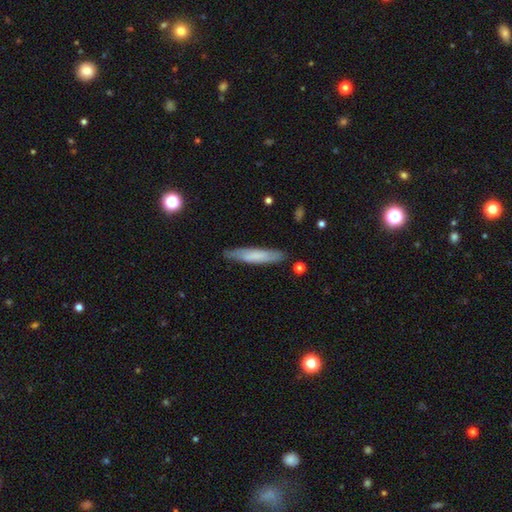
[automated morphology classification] smooth_or_featured: smooth (p=0.67) [alt: featured or disk p=0.27]
how_rounded: cigar-shaped (p=0.87) [alt: in between p=0.12]
merging: none (p=0.84) [alt: minor disturbance p=0.13]